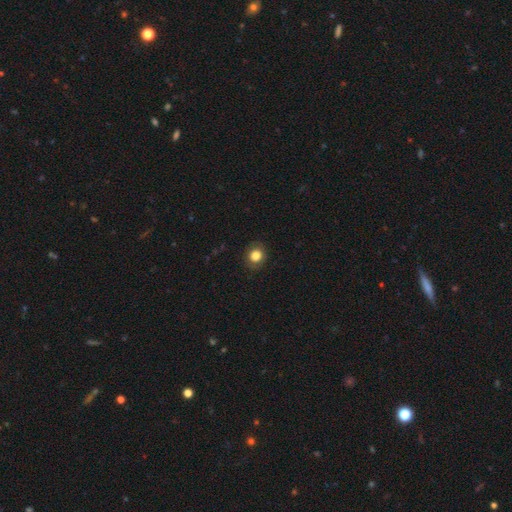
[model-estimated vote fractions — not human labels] Q: Smooth or featured?
A: smooth (82%); runner-up: star or artifact (10%)
Q: How rounded?
A: round (72%); runner-up: in between (27%)
Q: Merging?
A: none (87%); runner-up: minor disturbance (9%)